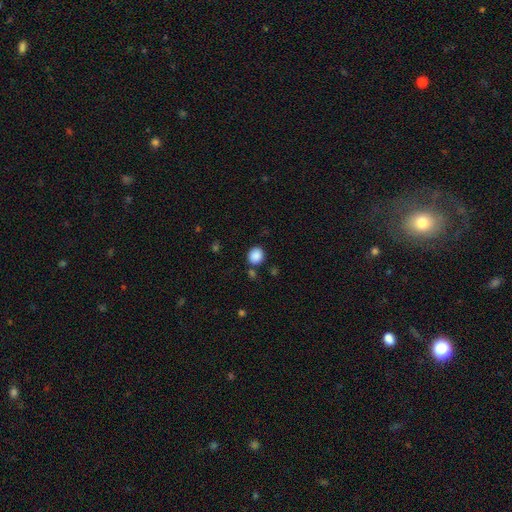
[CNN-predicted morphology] Smooth or featured? Predicted: smooth (p=0.88). How rounded? Predicted: round (p=0.76). Merging? Predicted: none (p=0.80).